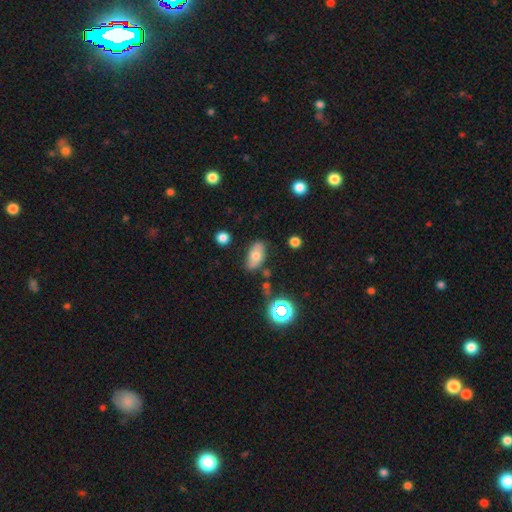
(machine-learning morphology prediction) Overall: smooth (65%). How rounded: in between (90%). Merging: none (75%).